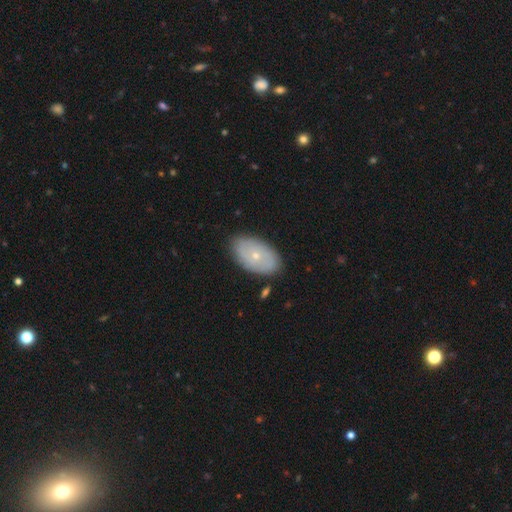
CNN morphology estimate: A smooth galaxy with no disk features (50%) that is in between round and cigar-shaped (92%). Merging: none (84%).